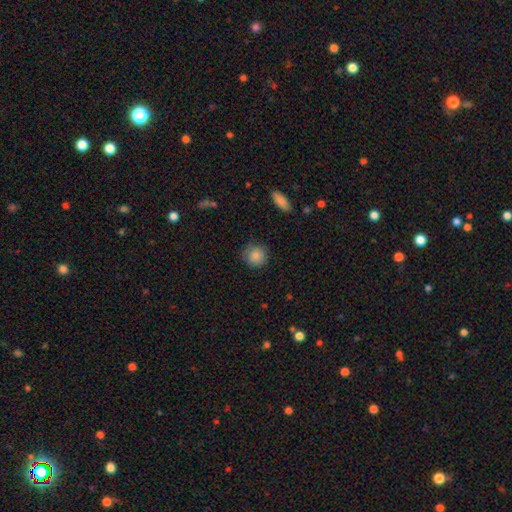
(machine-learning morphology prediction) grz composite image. It shows a smooth galaxy with no disk features (85%) that is round (90%). Merging: none (80%).